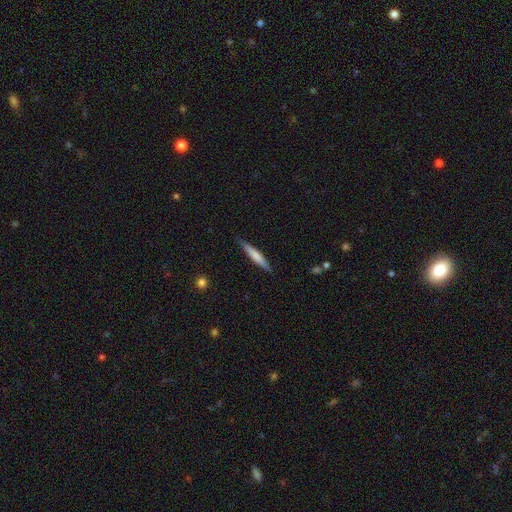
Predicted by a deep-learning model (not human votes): Q: Smooth or featured?
A: smooth (61%); runner-up: featured or disk (34%)
Q: How rounded?
A: cigar-shaped (92%); runner-up: in between (7%)
Q: Merging?
A: none (85%); runner-up: minor disturbance (11%)